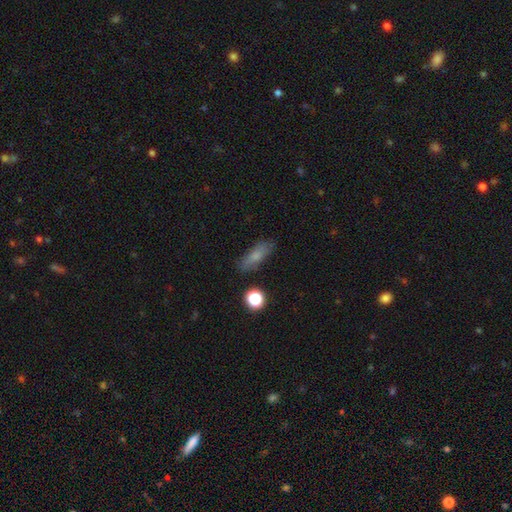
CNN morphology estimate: The model was most divided on "how rounded": in between: 53%, cigar-shaped: 42%, round: 5%. More confident: merging — none (80%); smooth or featured — smooth (72%).